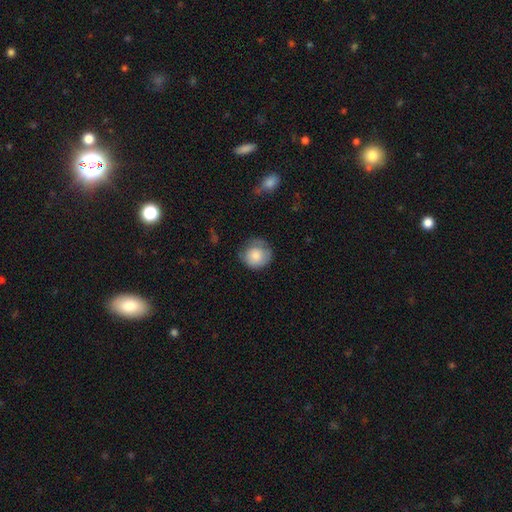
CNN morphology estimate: A smooth galaxy with no disk features (79%) that is round (86%). Merging: none (59%).